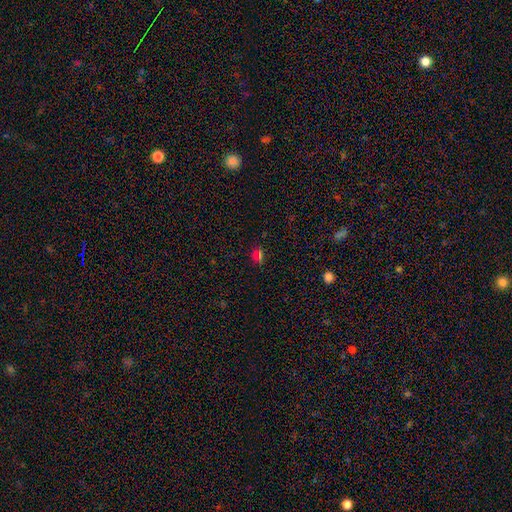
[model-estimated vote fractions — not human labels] Smooth or featured: smooth — 51% (star or artifact — 41%)
How rounded: round — 68% (in between — 30%)
Merging: none — 77% (minor disturbance — 12%)